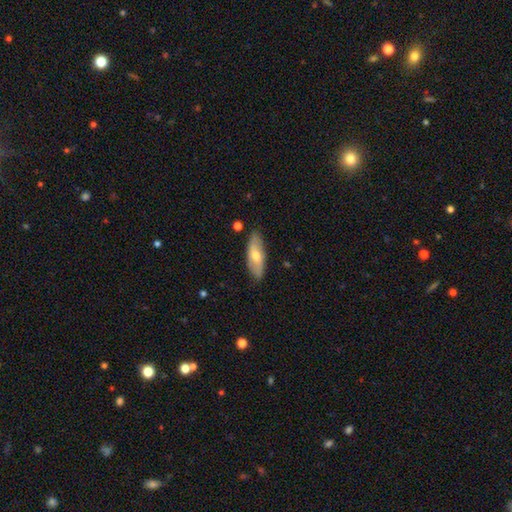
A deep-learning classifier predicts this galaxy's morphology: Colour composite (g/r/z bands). It shows a smooth galaxy with no disk features (58%) that is in between round and cigar-shaped (71%). Merging: none (83%).